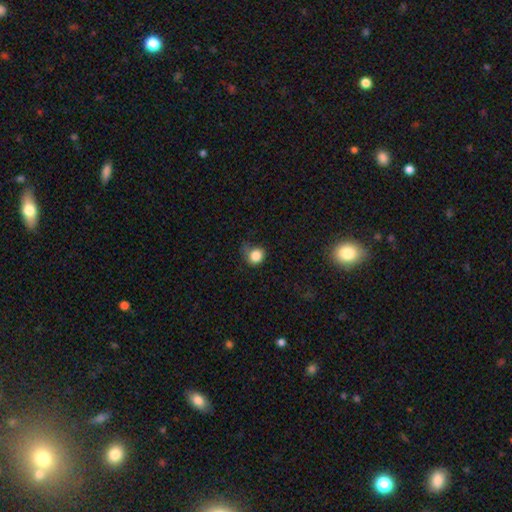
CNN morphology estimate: smooth 84%, star or artifact 10%, featured or disk 6%. Down the decision tree: how rounded — round (80%); merging — none (52%).